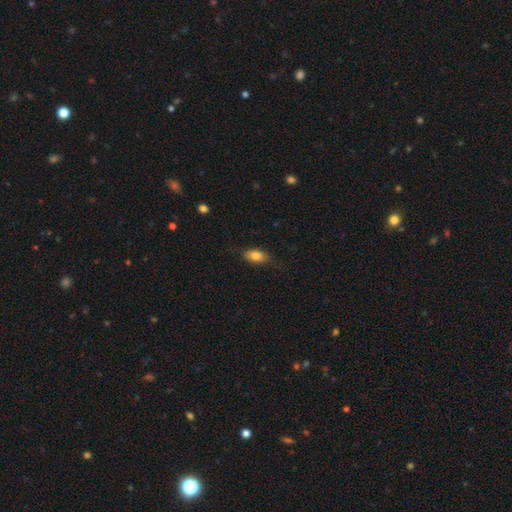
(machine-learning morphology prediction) Smooth or featured? smooth (81%)
How rounded? in between (87%)
Merging? none (80%)